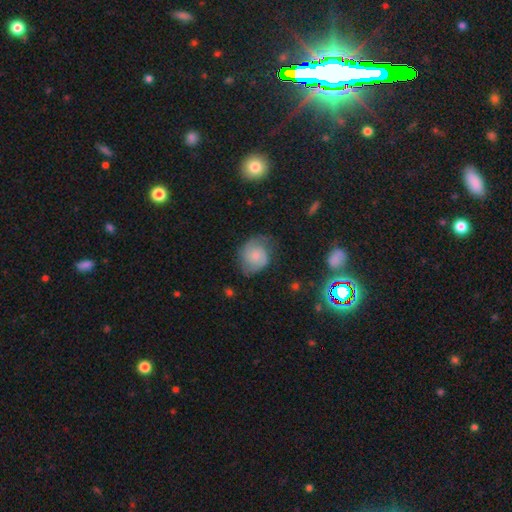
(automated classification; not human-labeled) Smooth or featured: featured or disk — 50% (smooth — 42%)
Edge-on disk: no — 97% (yes — 3%)
Merging: none — 55% (minor disturbance — 29%)